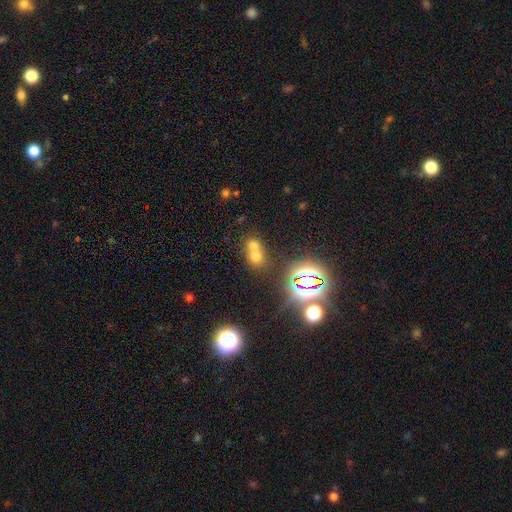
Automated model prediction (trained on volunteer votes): Q: Smooth or featured?
A: smooth (60%); runner-up: star or artifact (24%)
Q: How rounded?
A: round (72%); runner-up: in between (27%)
Q: Merging?
A: merger (61%); runner-up: none (31%)